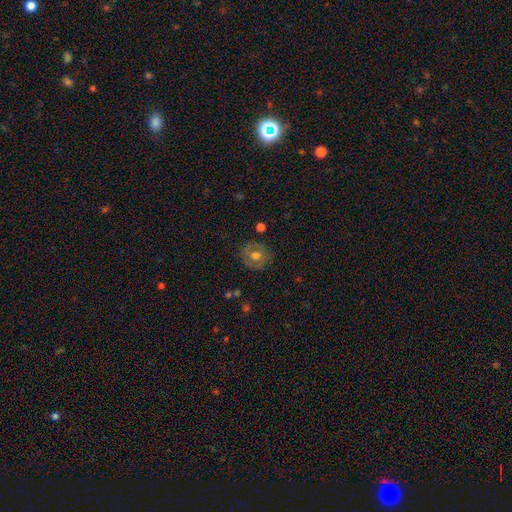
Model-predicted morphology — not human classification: A smooth galaxy with no disk features (55%) that is round (81%). Merging: none (82%).